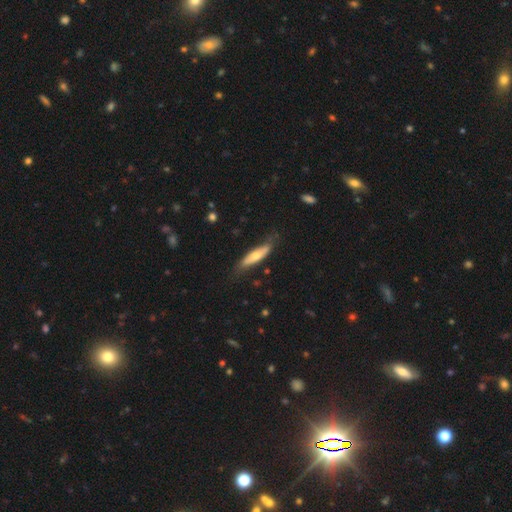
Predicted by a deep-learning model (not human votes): smooth-or-featured: smooth: 51% | featured or disk: 44% | star or artifact: 5%
  how-rounded: cigar-shaped: 69% | in between: 29% | round: 2%
  merging: none: 69% | minor disturbance: 23% | major disturbance: 6% | merger: 2%